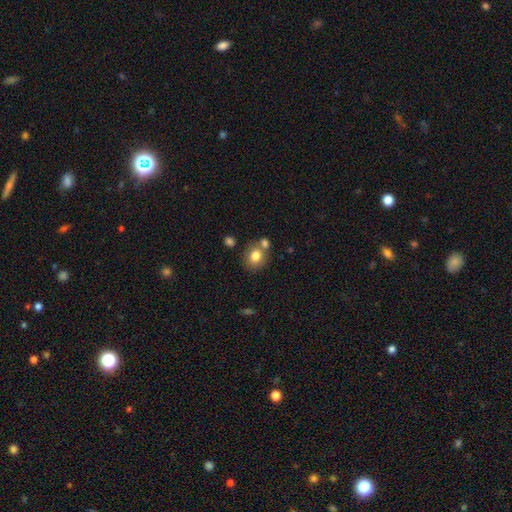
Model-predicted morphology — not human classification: smooth_or_featured: smooth (p=0.79) [alt: featured or disk p=0.11]
how_rounded: round (p=0.73) [alt: in between p=0.27]
merging: none (p=0.60) [alt: merger p=0.25]